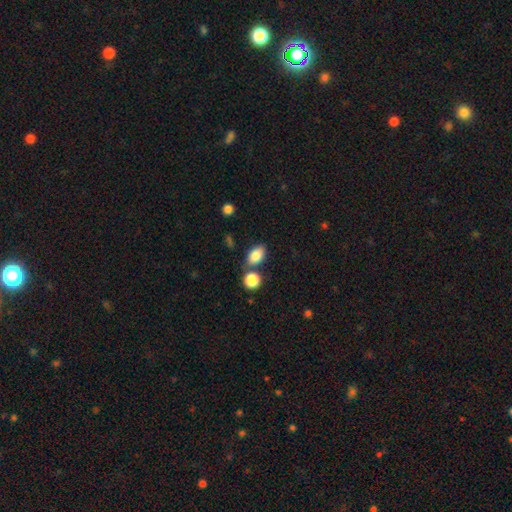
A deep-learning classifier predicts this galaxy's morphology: Overall: smooth (85%). How rounded: in between (86%). Merging: none (68%).